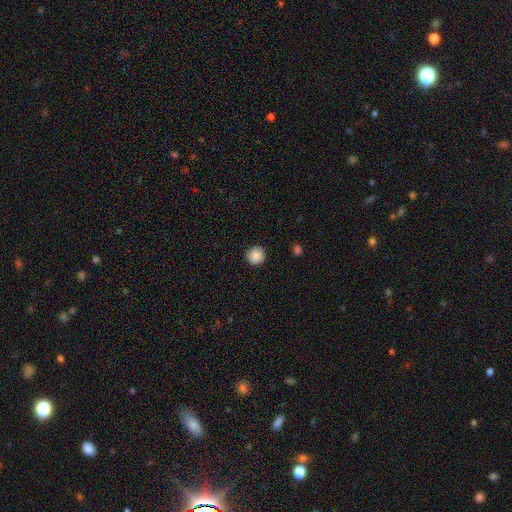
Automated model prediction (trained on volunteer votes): This is clearly a smooth galaxy (88%). How rounded: clearly round (95%). Merging: clearly none (91%).